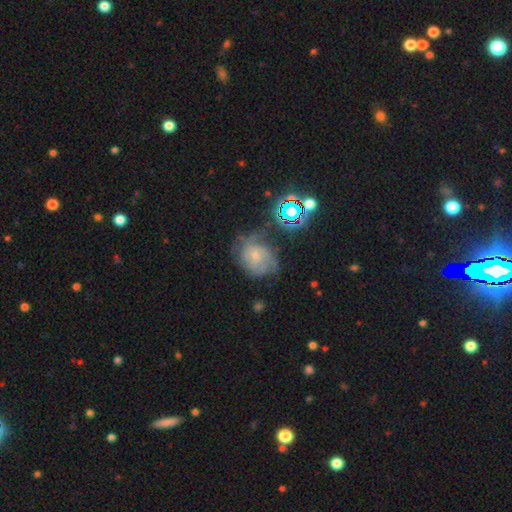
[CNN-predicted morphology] A featured or disk galaxy (58%) with no bar (77%), spiral arms (84%) and a small central bulge (65%). Merging: none (50%).